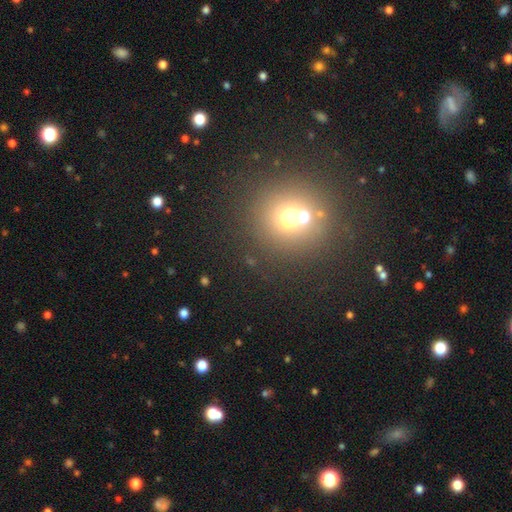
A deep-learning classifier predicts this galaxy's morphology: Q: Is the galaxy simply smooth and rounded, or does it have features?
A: smooth — 50%.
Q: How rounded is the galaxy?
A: round — 84%.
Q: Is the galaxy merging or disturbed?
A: none — 59%.